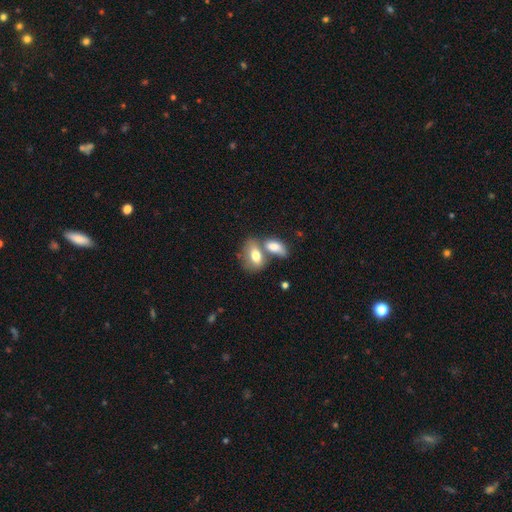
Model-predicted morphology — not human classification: This is likely a smooth galaxy (73%). How rounded: clearly in between (87%). Merging: possibly merger (53%).